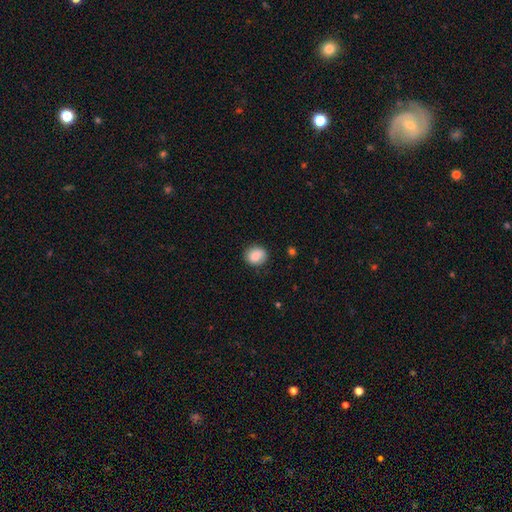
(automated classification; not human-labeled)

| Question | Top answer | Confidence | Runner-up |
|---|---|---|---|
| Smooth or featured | smooth | 84% | featured or disk (8%) |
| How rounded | round | 72% | in between (27%) |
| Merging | none | 82% | minor disturbance (14%) |